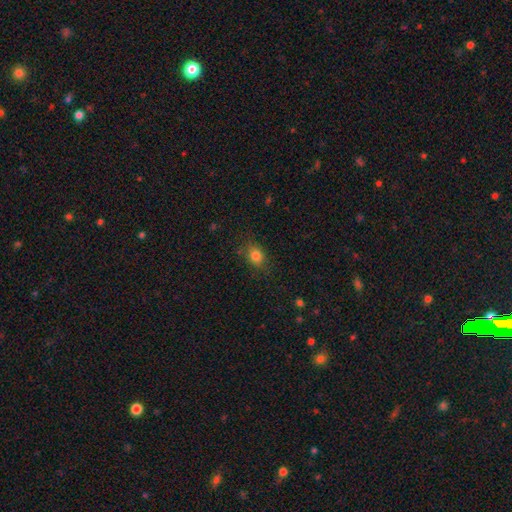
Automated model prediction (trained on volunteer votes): A smooth galaxy with no disk features (81%) that is in between round and cigar-shaped (56%). Merging: none (79%).